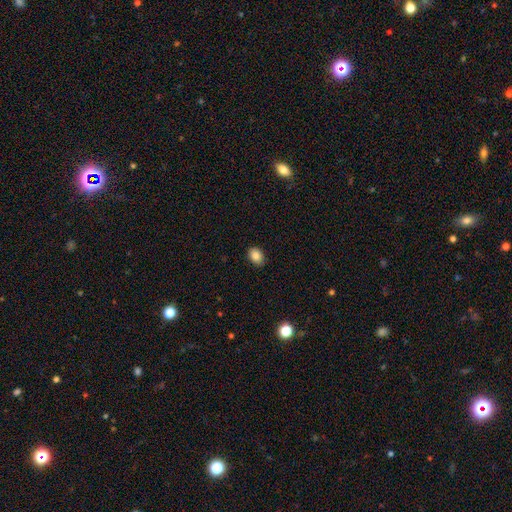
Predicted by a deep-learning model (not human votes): Q: Smooth or featured?
A: smooth (87%); runner-up: star or artifact (9%)
Q: How rounded?
A: in between (72%); runner-up: round (27%)
Q: Merging?
A: none (88%); runner-up: minor disturbance (9%)